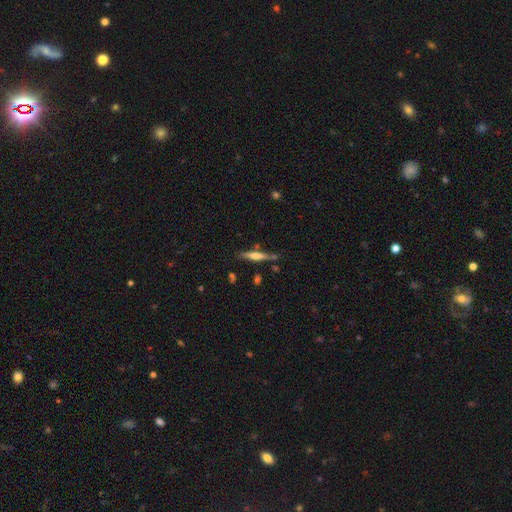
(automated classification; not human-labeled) This appears to be a featured or disk galaxy (59%) viewed edge-on (96%) with a rounded central bulge (73%). Merging: none (78%).